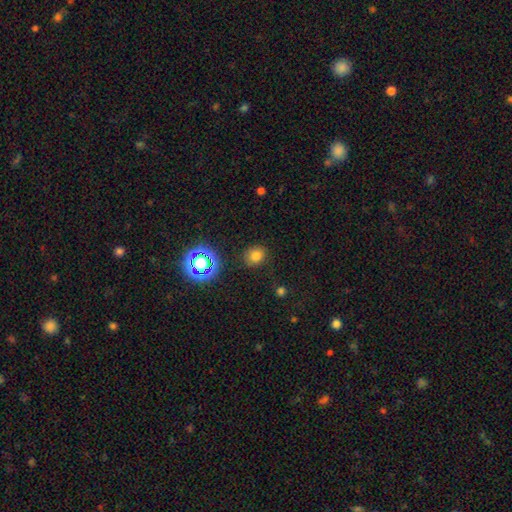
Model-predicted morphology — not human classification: A smooth galaxy with no disk features (73%) that is round (76%).

Vote fractions:
- Smooth or featured? smooth: 73% / star or artifact: 20% / featured or disk: 7%
- How rounded? round: 76% / in between: 23% / cigar-shaped: 1%
- Merging? none: 86% / minor disturbance: 9% / major disturbance: 3% / merger: 2%